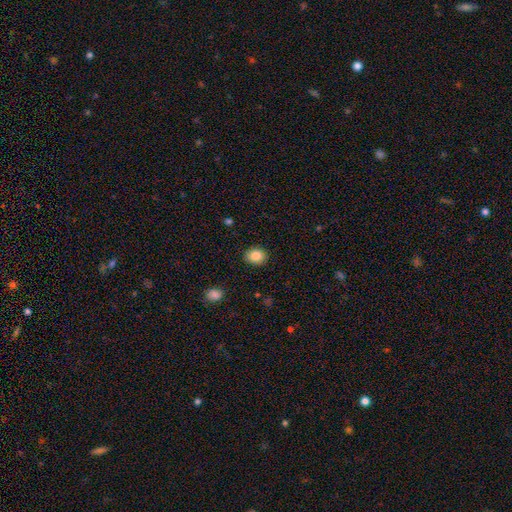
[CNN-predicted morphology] A smooth galaxy with no disk features (86%) that is round (59%).

Vote fractions:
- Smooth or featured? smooth: 86% / star or artifact: 9% / featured or disk: 5%
- How rounded? round: 59% / in between: 40% / cigar-shaped: 1%
- Merging? none: 88% / minor disturbance: 8% / major disturbance: 2% / merger: 1%